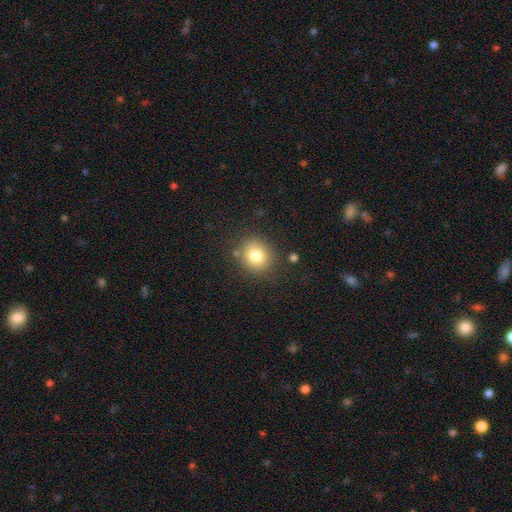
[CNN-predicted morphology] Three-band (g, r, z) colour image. It shows a smooth galaxy with no disk features (80%) that is round (77%). Merging: none (83%).